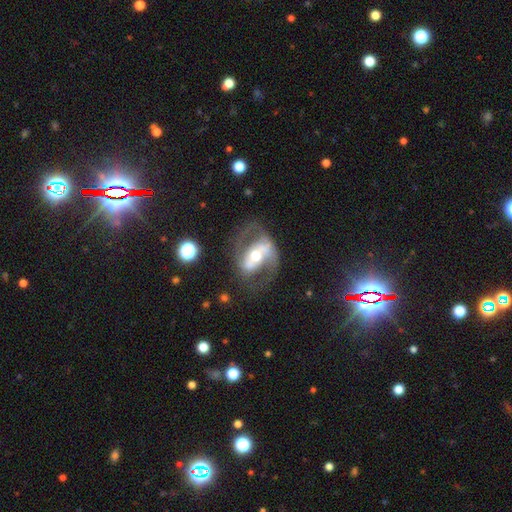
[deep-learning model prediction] smooth-or-featured: featured or disk: 80% | smooth: 14% | star or artifact: 6%
  disk-edge-on: no: 95% | yes: 5%
    bar: strong: 42% | weak: 30% | no: 27%
    has-spiral-arms: yes: 80% | no: 20%
      spiral-winding: medium: 48% | loose: 35% | tight: 16%
      spiral-arm-count: 2: 86% | can't tell: 6% | 1: 4% | 3: 1% | 4: 1% | more than 4: 1%
    bulge-size: moderate: 71% | small: 14% | large: 13% | dominant: 2% | none: 1%
  merging: none: 60% | major disturbance: 19% | minor disturbance: 17% | merger: 3%